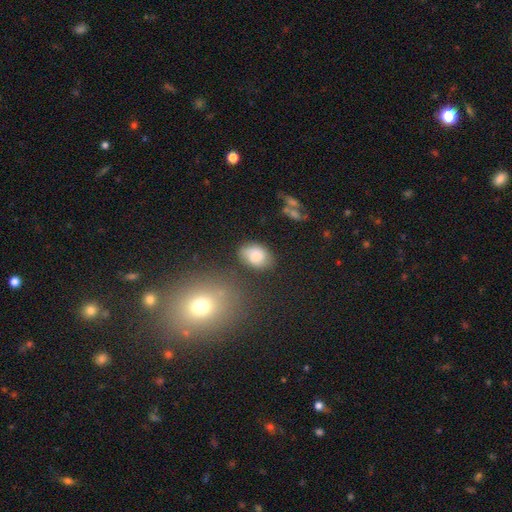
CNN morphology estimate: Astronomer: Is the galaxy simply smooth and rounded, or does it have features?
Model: smooth — 74%.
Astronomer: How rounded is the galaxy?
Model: in between — 77%.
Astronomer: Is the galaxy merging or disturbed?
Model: none — 68%.